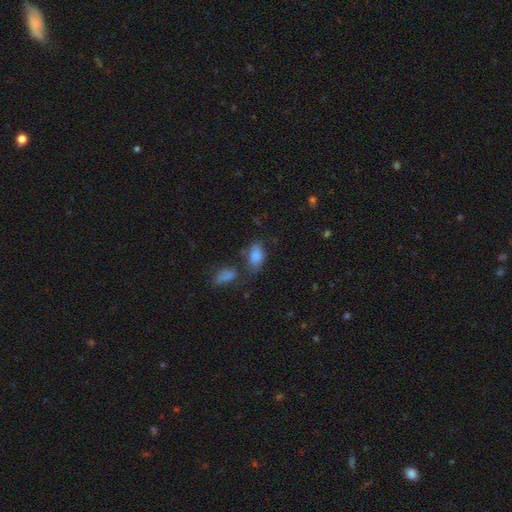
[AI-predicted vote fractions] This appears to be a smooth galaxy with no disk features (84%) that is in between round and cigar-shaped (91%). Merging: none (50%).